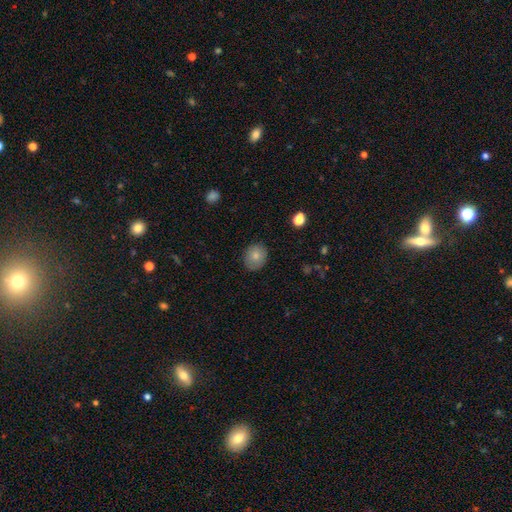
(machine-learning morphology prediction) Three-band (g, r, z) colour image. It shows a smooth galaxy with no disk features (79%) that is round (65%). Merging: none (85%).